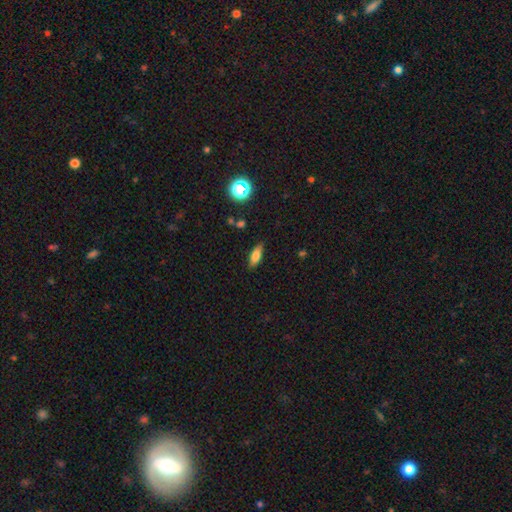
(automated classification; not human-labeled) Smooth or featured: smooth — 73% (featured or disk — 17%)
How rounded: in between — 70% (cigar-shaped — 27%)
Merging: none — 82% (minor disturbance — 13%)